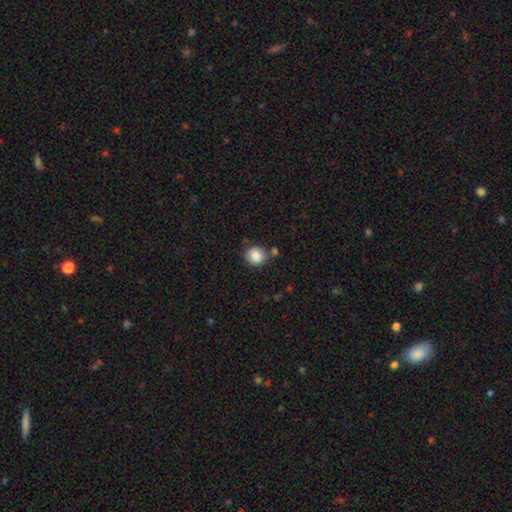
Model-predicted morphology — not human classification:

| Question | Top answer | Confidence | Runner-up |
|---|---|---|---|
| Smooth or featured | smooth | 87% | star or artifact (9%) |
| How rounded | round | 82% | in between (17%) |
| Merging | none | 76% | minor disturbance (12%) |